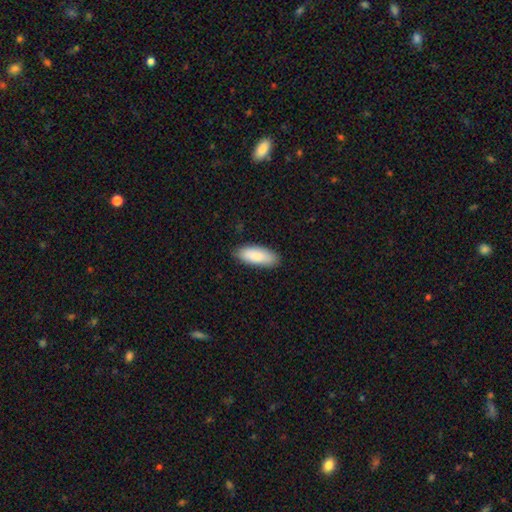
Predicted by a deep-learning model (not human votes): Smooth or featured? smooth (89%)
How rounded? in between (76%)
Merging? none (86%)